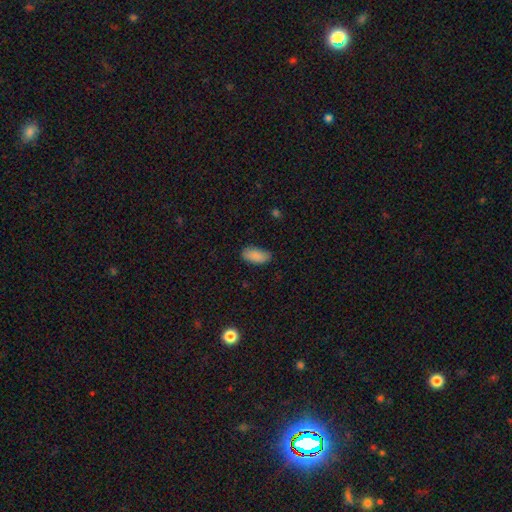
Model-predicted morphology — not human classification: This appears to be a smooth galaxy with no disk features (88%) that is in between round and cigar-shaped (92%). Merging: none (80%).